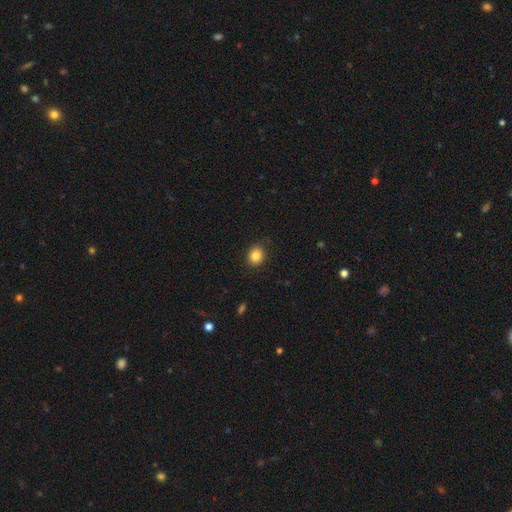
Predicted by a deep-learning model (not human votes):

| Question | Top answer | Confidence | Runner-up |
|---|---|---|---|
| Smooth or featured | smooth | 84% | star or artifact (10%) |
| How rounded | round | 72% | in between (27%) |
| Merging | none | 89% | minor disturbance (8%) |